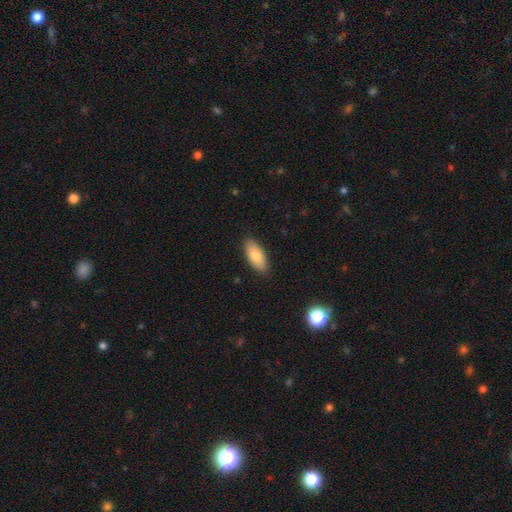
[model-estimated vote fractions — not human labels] Smooth or featured: smooth — 83% (featured or disk — 11%)
How rounded: in between — 84% (cigar-shaped — 14%)
Merging: none — 88% (minor disturbance — 9%)